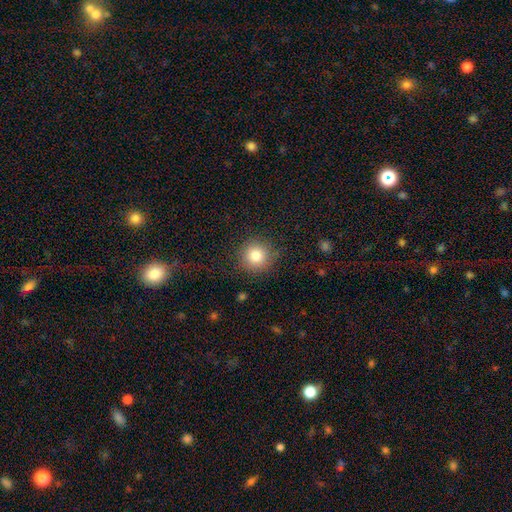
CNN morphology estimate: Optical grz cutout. It shows a smooth galaxy with no disk features (82%) that is round (94%). Merging: none (85%).